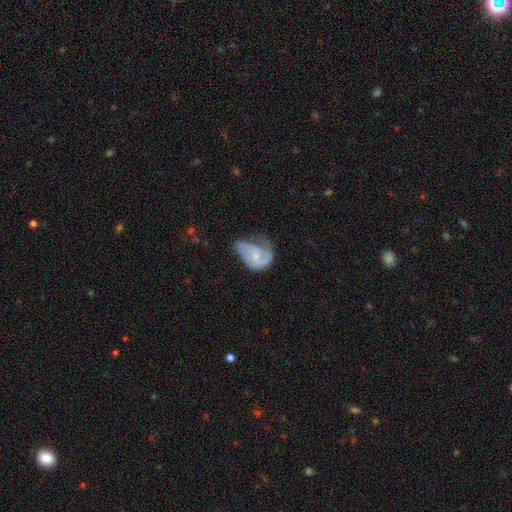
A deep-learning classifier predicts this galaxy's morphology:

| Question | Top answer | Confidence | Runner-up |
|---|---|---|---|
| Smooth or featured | featured or disk | 57% | smooth (35%) |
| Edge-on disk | no | 97% | yes (3%) |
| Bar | no | 67% | weak (28%) |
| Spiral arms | yes | 69% | no (31%) |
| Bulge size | small | 57% | moderate (27%) |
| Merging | major disturbance | 44% | minor disturbance (31%) |